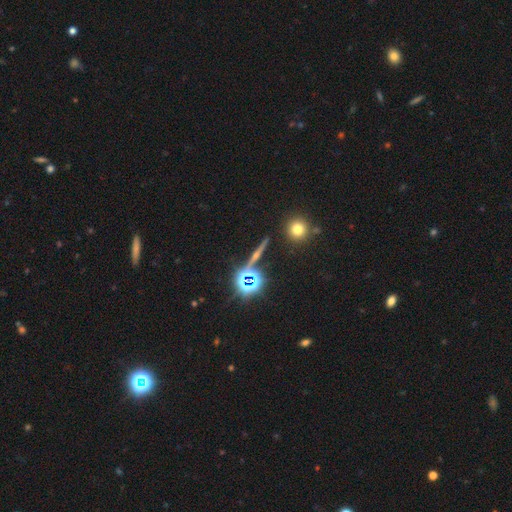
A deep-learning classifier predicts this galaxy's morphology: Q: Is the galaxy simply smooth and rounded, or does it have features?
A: star or artifact — 68%.